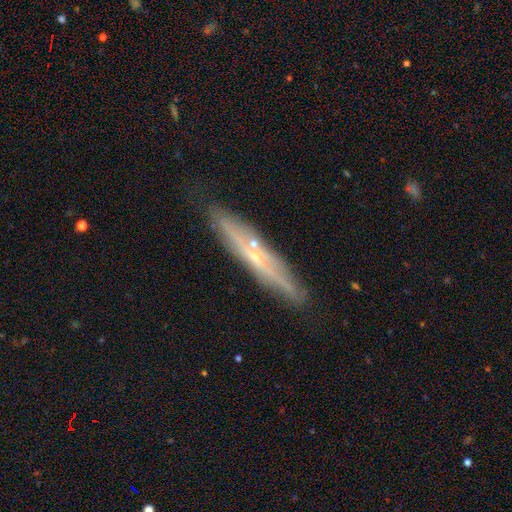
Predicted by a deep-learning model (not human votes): Overall: featured or disk (67%). Edge-on disk: yes (81%). Edge-on bulge: rounded (58%; none 38%). Merging: none (81%).